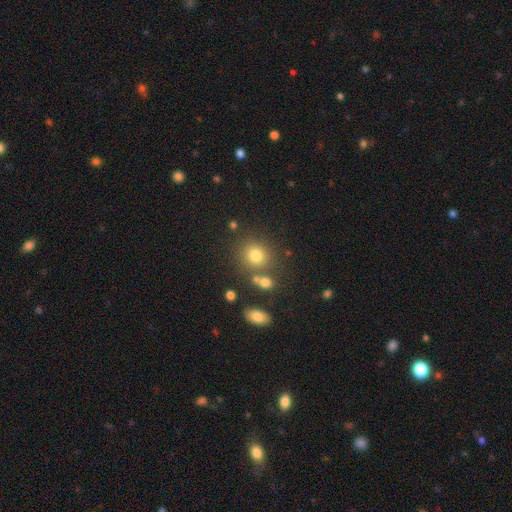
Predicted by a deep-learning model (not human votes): The model was most divided on "merging": none: 71%, merger: 14%, minor disturbance: 10%, major disturbance: 4%. More confident: how rounded — round (80%); smooth or featured — smooth (76%).